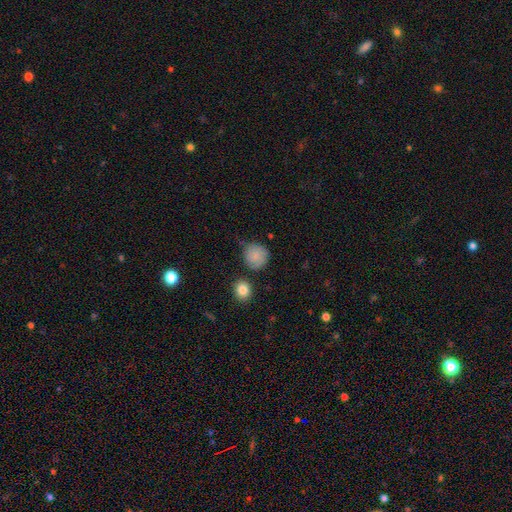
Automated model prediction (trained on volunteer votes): The model was most divided on "merging": none: 69%, minor disturbance: 21%, major disturbance: 5%, merger: 4%. More confident: how rounded — round (88%); smooth or featured — smooth (82%).